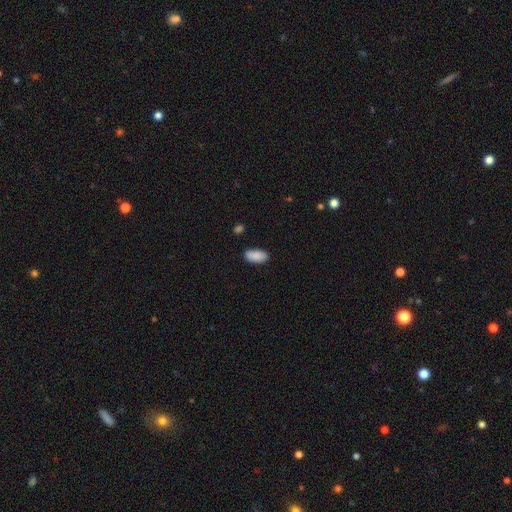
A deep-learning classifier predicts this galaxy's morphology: Smooth or featured? smooth (89%)
How rounded? in between (93%)
Merging? none (83%)